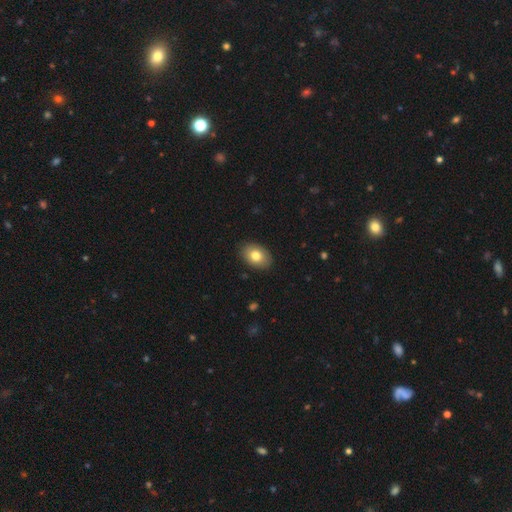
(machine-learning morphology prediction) Smooth or featured? smooth (79%)
How rounded? in between (81%)
Merging? none (89%)